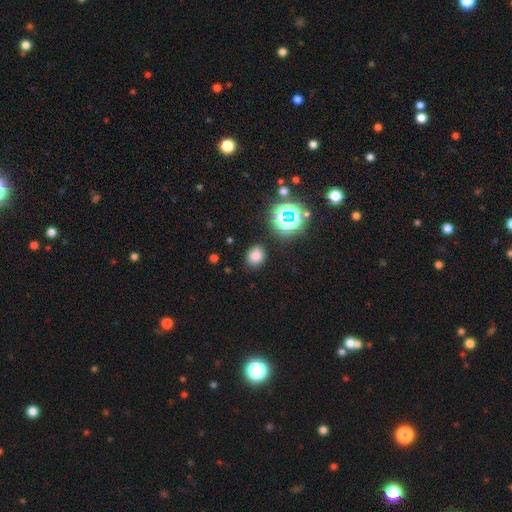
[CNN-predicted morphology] This is likely a smooth galaxy (74%). How rounded: likely round (70%). Merging: clearly none (83%).